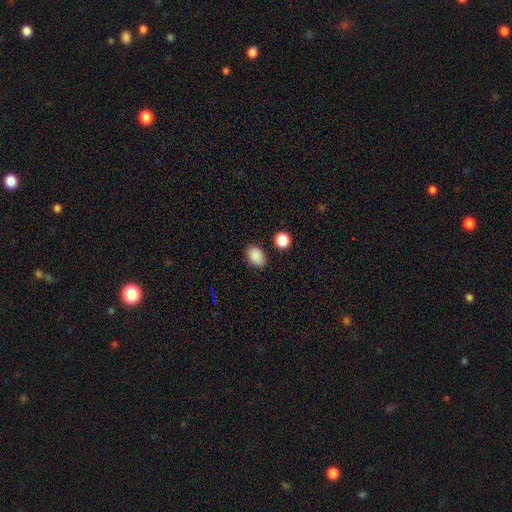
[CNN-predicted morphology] smooth-or-featured: smooth: 88% | star or artifact: 9% | featured or disk: 3%
  how-rounded: in between: 81% | round: 17% | cigar-shaped: 1%
  merging: none: 83% | minor disturbance: 11% | merger: 3% | major disturbance: 3%